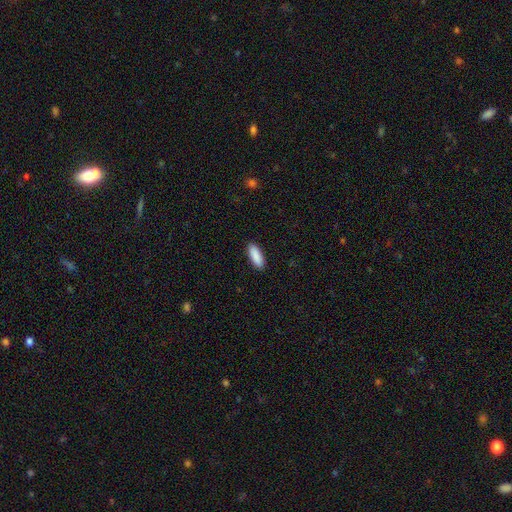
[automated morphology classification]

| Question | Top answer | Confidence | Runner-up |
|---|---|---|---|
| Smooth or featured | smooth | 91% | star or artifact (6%) |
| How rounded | in between | 65% | cigar-shaped (34%) |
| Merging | none | 91% | minor disturbance (7%) |